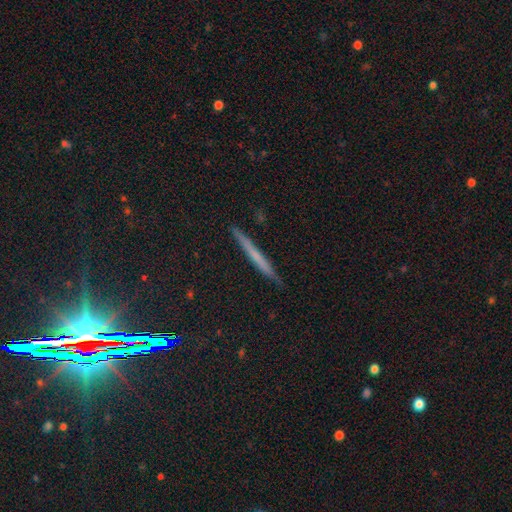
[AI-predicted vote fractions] Smooth or featured?
  - smooth: 49% *
  - featured or disk: 40%
  - star or artifact: 12%
Merging?
  - none: 90% *
  - minor disturbance: 7%
  - major disturbance: 1%
  - merger: 1%